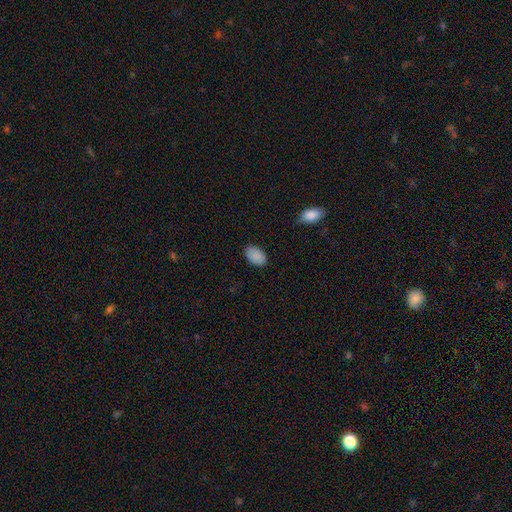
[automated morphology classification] type=smooth (89%); roundness=in between (92%); merging=none (85%).